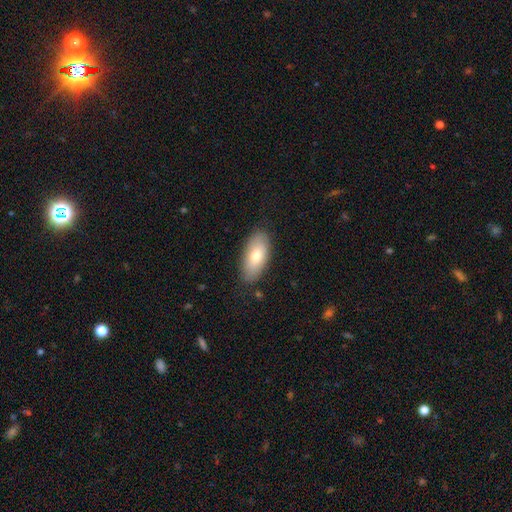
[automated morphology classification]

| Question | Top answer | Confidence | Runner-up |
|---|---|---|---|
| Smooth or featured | smooth | 74% | featured or disk (20%) |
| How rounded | in between | 90% | cigar-shaped (7%) |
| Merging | none | 84% | minor disturbance (12%) |